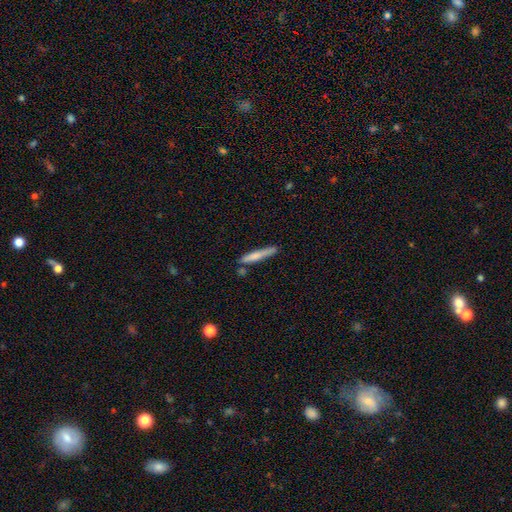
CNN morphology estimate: Smooth or featured? smooth (70%)
How rounded? cigar-shaped (94%)
Merging? none (74%)